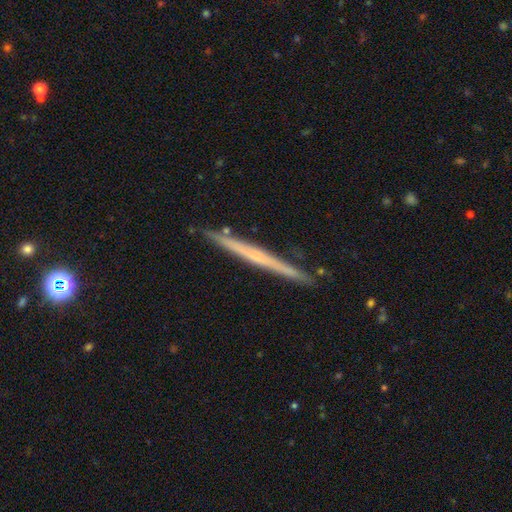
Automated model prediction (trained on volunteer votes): smooth_or_featured: featured or disk (p=0.61) [alt: smooth p=0.33]
disk_edge_on: yes (p=0.97) [alt: no p=0.03]
edge_on_bulge: none (p=0.82) [alt: rounded p=0.13]
merging: none (p=0.89) [alt: minor disturbance p=0.08]